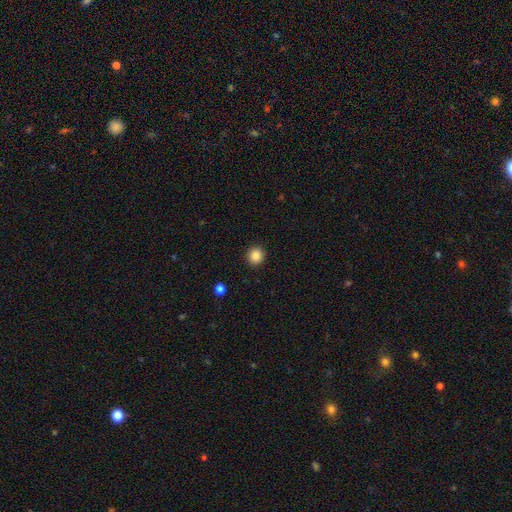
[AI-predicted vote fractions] smooth-or-featured: smooth: 86% | star or artifact: 10% | featured or disk: 4%
  how-rounded: round: 89% | in between: 10% | cigar-shaped: 1%
  merging: none: 92% | minor disturbance: 5% | major disturbance: 2% | merger: 1%